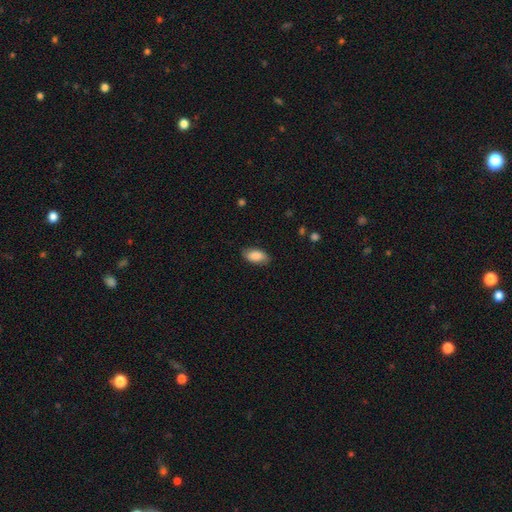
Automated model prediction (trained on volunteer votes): A smooth galaxy with no disk features (86%) that is in between round and cigar-shaped (91%).

Vote fractions:
- Smooth or featured? smooth: 86% / featured or disk: 8% / star or artifact: 6%
- How rounded? in between: 91% / cigar-shaped: 5% / round: 3%
- Merging? none: 83% / minor disturbance: 13% / major disturbance: 3% / merger: 1%